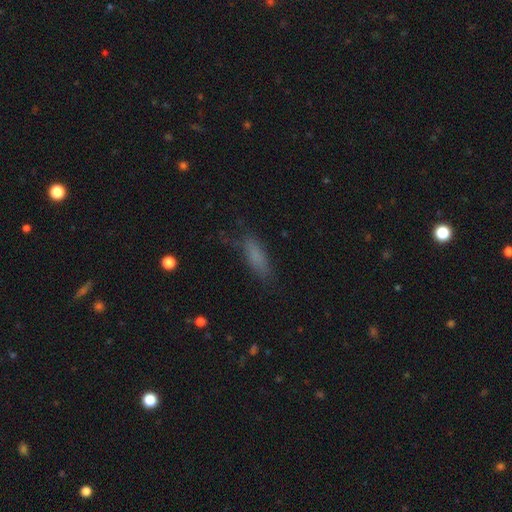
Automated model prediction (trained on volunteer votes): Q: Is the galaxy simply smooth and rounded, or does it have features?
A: smooth — 75%.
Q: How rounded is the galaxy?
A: cigar-shaped — 49%.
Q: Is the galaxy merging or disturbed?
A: none — 65%.